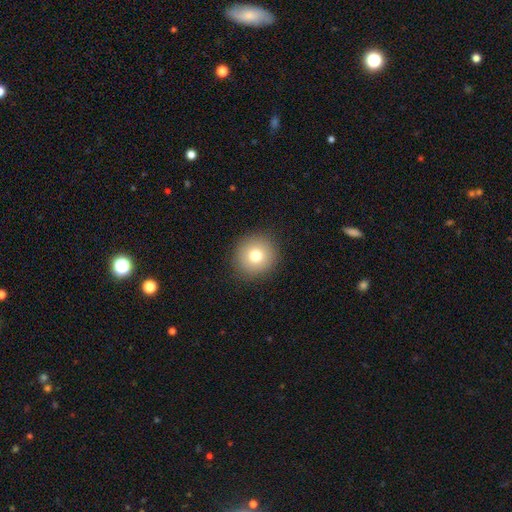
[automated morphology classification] smooth_or_featured: smooth (p=0.77) [alt: star or artifact p=0.12]
how_rounded: round (p=0.92) [alt: in between p=0.07]
merging: none (p=0.91) [alt: minor disturbance p=0.06]